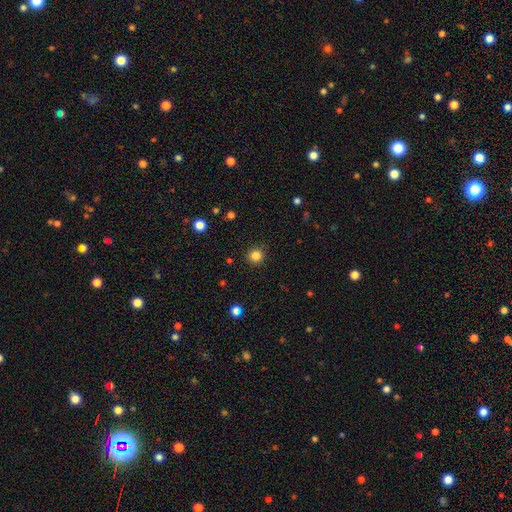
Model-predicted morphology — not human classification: Overall: smooth (84%). How rounded: round (94%). Merging: none (91%).